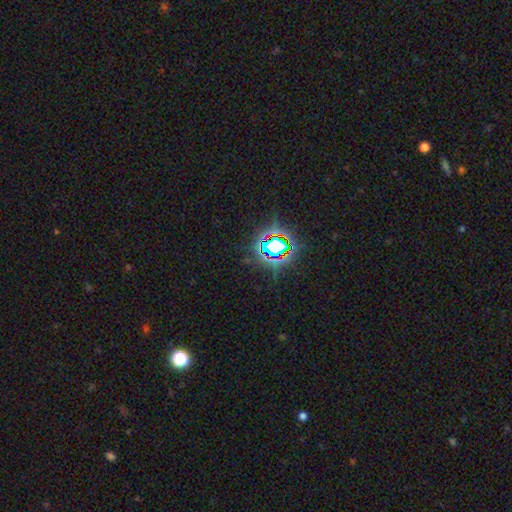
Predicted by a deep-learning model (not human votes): Q: Smooth or featured?
A: star or artifact (80%); runner-up: smooth (12%)